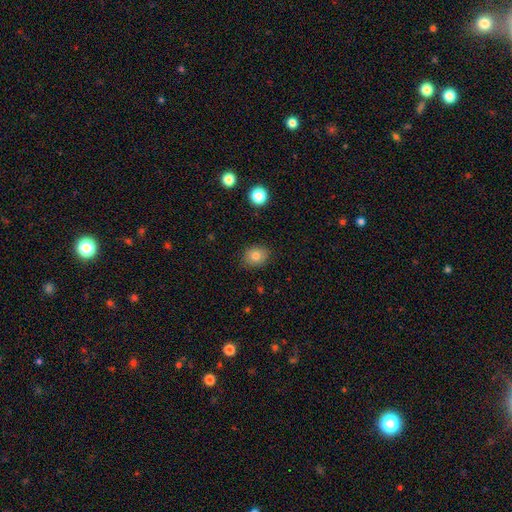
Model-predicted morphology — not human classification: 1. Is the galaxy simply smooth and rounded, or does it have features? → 80% smooth, 11% star or artifact, 9% featured or disk.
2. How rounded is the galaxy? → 65% round, 34% in between, 1% cigar-shaped.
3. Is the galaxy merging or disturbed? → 86% none, 10% minor disturbance, 2% major disturbance, 1% merger.